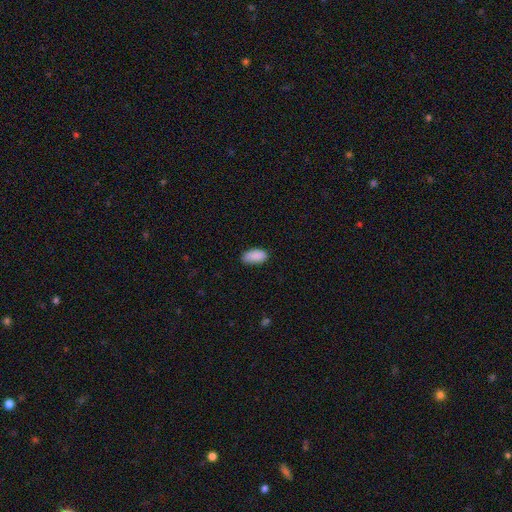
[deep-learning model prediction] Overall: smooth (89%). How rounded: in between (94%). Merging: none (78%).